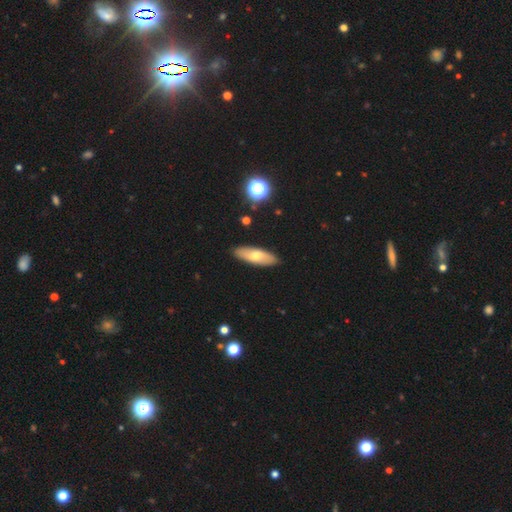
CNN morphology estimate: Smooth or featured?
  - smooth: 62% *
  - featured or disk: 31%
  - star or artifact: 6%
How rounded?
  - in between: 63% *
  - cigar-shaped: 34%
  - round: 3%
Merging?
  - none: 89% *
  - minor disturbance: 8%
  - major disturbance: 2%
  - merger: 1%